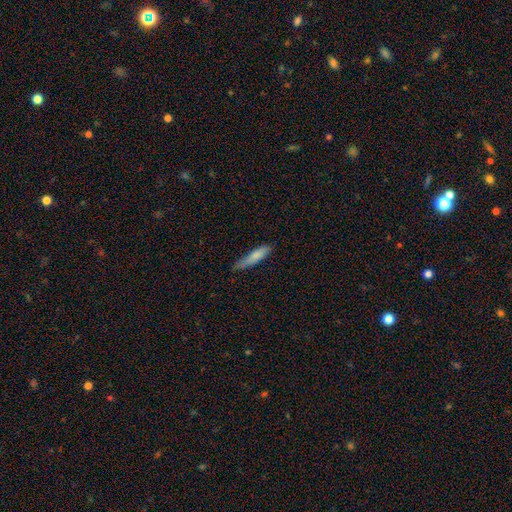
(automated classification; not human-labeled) The model was most divided on "merging": none: 66%, minor disturbance: 27%, major disturbance: 5%, merger: 2%. More confident: how rounded — cigar-shaped (82%); smooth or featured — smooth (78%).